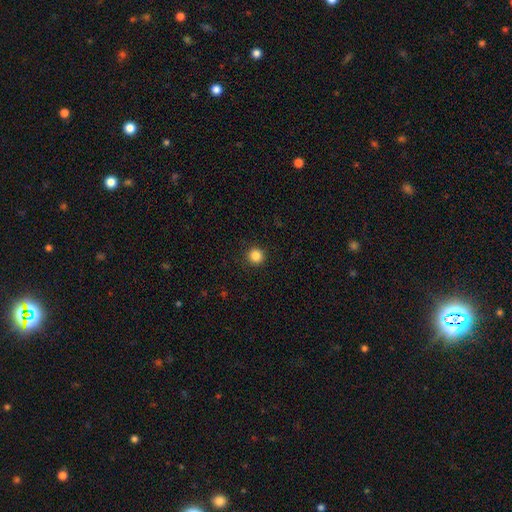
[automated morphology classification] type=smooth (85%); roundness=round (95%); merging=none (93%).